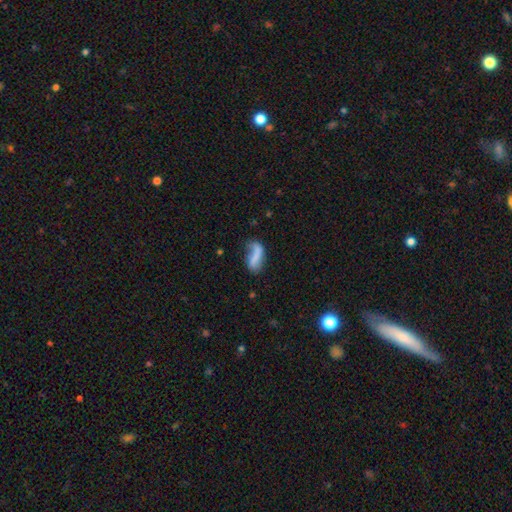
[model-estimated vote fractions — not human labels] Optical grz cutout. It shows a smooth galaxy with no disk features (65%) that is in between round and cigar-shaped (76%). Merging: none (42%).